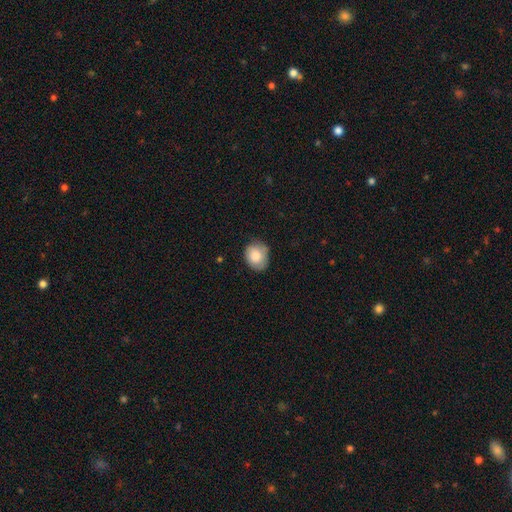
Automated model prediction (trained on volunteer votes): Smooth or featured? smooth (83%)
How rounded? round (53%)
Merging? none (69%)